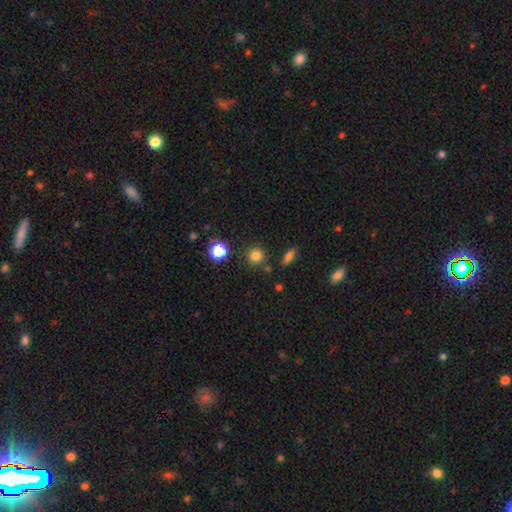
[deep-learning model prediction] The model was most divided on "smooth or featured": smooth: 81%, star or artifact: 14%, featured or disk: 5%. More confident: how rounded — round (92%); merging — none (85%).